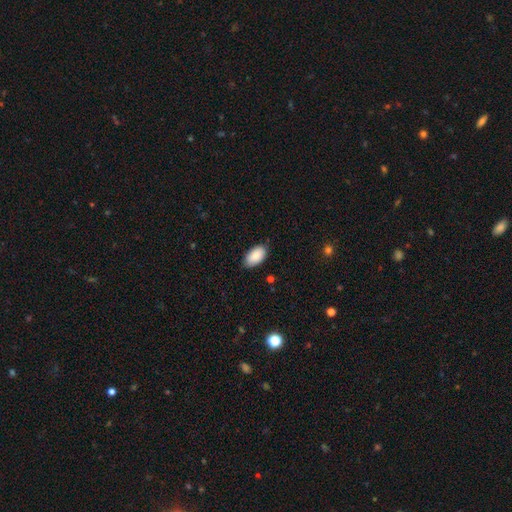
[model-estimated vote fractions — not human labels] smooth-or-featured: smooth: 88% | star or artifact: 6% | featured or disk: 5%
  how-rounded: in between: 95% | round: 3% | cigar-shaped: 2%
  merging: none: 82% | minor disturbance: 15% | major disturbance: 2% | merger: 1%